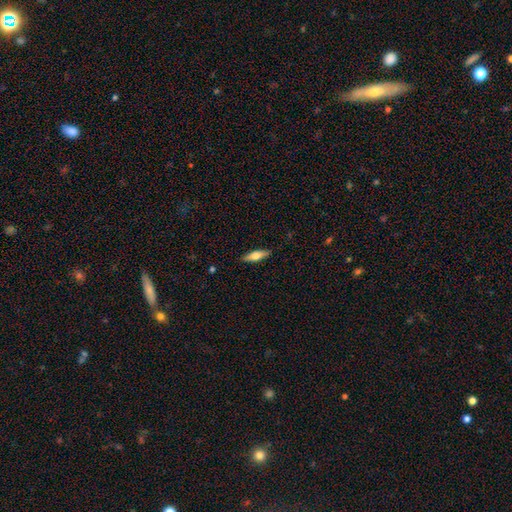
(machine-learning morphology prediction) The model was most divided on "smooth or featured": smooth: 56%, featured or disk: 38%, star or artifact: 6%. More confident: merging — none (89%); how rounded — cigar-shaped (58%).